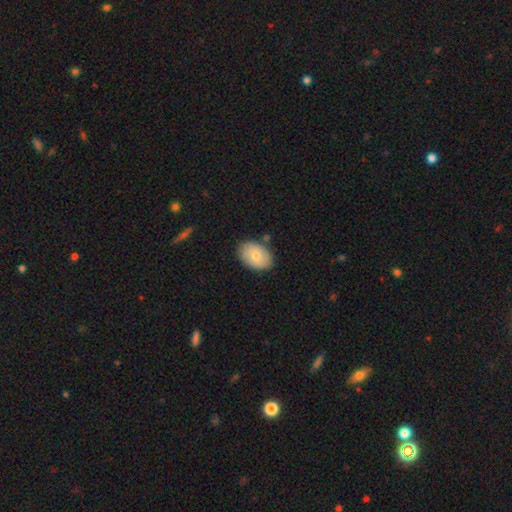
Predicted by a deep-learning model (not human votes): Morphology: type=smooth (74%); roundness=in between (84%); merging=none (80%).